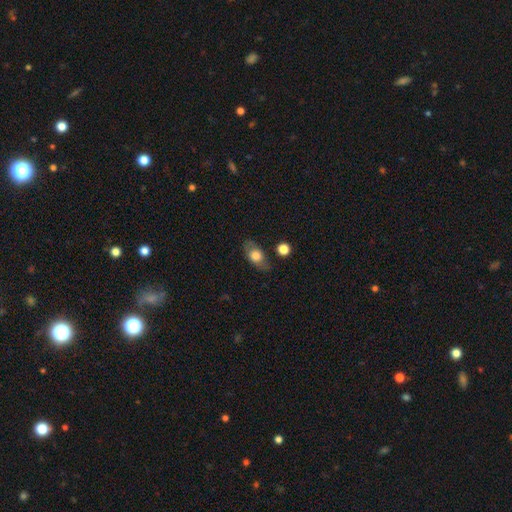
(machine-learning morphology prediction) type=smooth (66%); roundness=in between (76%); merging=none (75%).